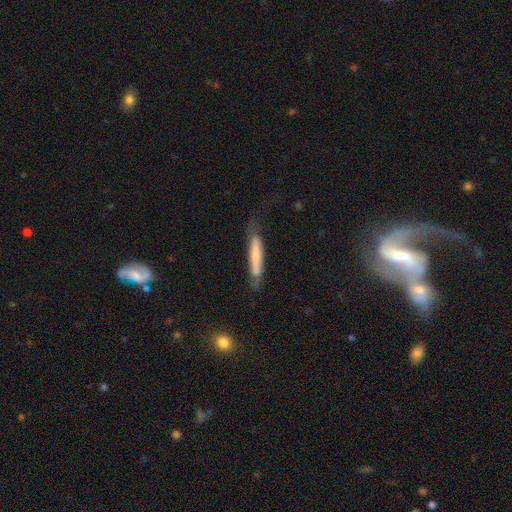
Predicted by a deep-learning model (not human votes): Overall: smooth (60%; featured or disk 34%). How rounded: cigar-shaped (91%). Merging: none (56%; minor disturbance 28%).